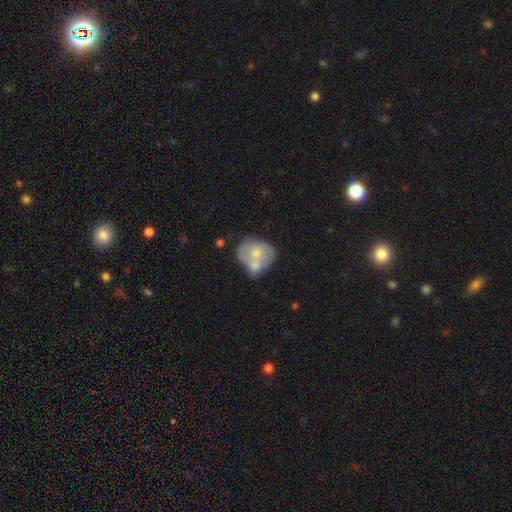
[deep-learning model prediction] smooth-or-featured: smooth: 54% | featured or disk: 39% | star or artifact: 7%
  how-rounded: round: 57% | in between: 41% | cigar-shaped: 1%
  merging: merger: 54% | none: 25% | minor disturbance: 14% | major disturbance: 7%